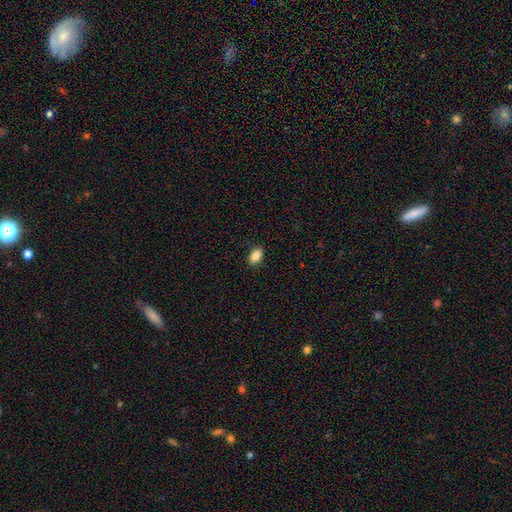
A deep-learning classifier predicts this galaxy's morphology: Smooth or featured? smooth (86%)
How rounded? in between (88%)
Merging? none (87%)